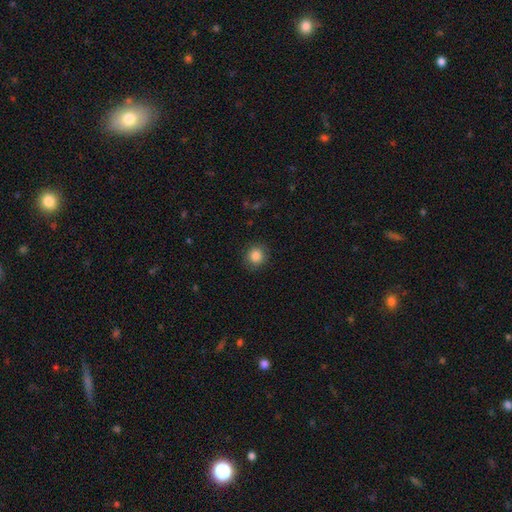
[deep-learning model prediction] smooth-or-featured: smooth: 86% | star or artifact: 10% | featured or disk: 4%
  how-rounded: round: 89% | in between: 10% | cigar-shaped: 1%
  merging: none: 87% | minor disturbance: 9% | major disturbance: 3% | merger: 1%